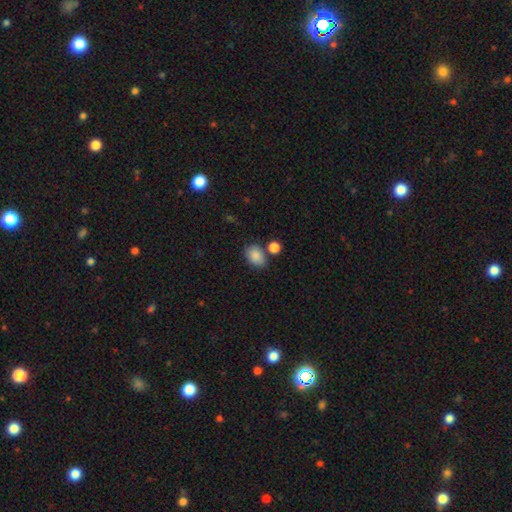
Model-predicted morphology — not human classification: Q: Smooth or featured?
A: smooth (87%); runner-up: star or artifact (8%)
Q: How rounded?
A: in between (76%); runner-up: round (23%)
Q: Merging?
A: none (69%); runner-up: minor disturbance (14%)